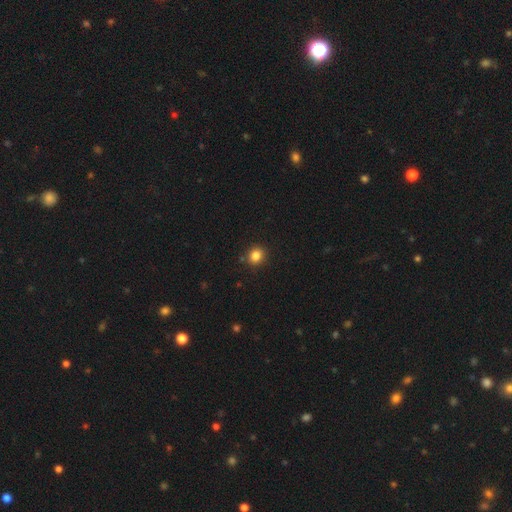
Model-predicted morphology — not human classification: Overall: smooth (84%). How rounded: round (80%). Merging: none (88%).